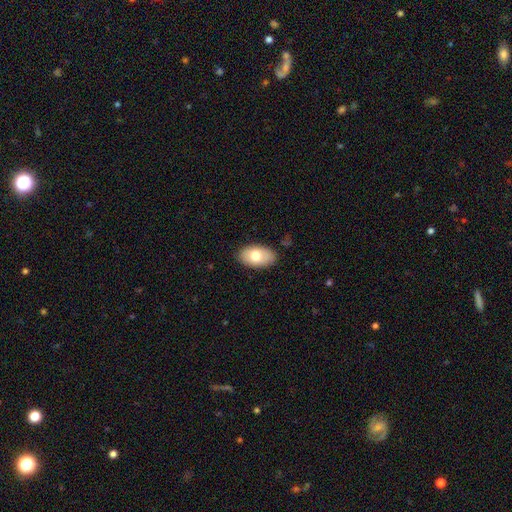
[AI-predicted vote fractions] A smooth galaxy with no disk features (73%) that is in between round and cigar-shaped (94%). Merging: none (85%).